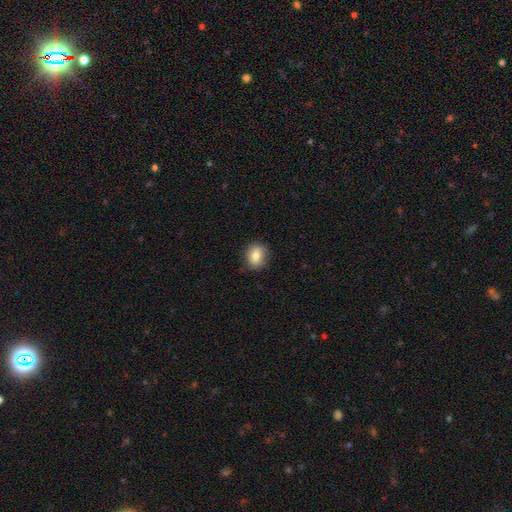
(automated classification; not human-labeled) Smooth or featured? smooth (82%)
How rounded? round (55%)
Merging? none (85%)